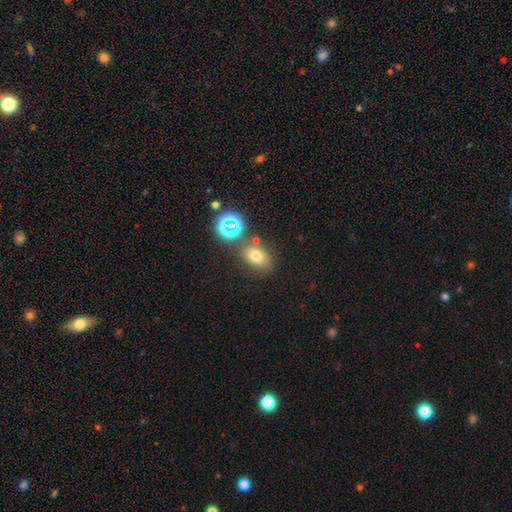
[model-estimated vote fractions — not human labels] Q: Smooth or featured?
A: smooth (69%); runner-up: star or artifact (20%)
Q: How rounded?
A: in between (69%); runner-up: round (30%)
Q: Merging?
A: none (68%); runner-up: merger (14%)